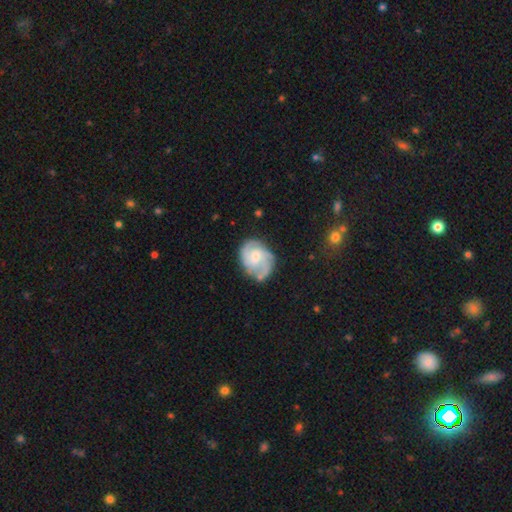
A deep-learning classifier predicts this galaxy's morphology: Smooth or featured?
  - featured or disk: 79% *
  - smooth: 15%
  - star or artifact: 6%
Edge-on disk?
  - no: 98% *
  - yes: 2%
Bar?
  - no: 59% *
  - weak: 36%
  - strong: 5%
Spiral arms?
  - yes: 95% *
  - no: 5%
Spiral winding?
  - medium: 44% *
  - tight: 42%
  - loose: 13%
Spiral arm count?
  - 2: 54% *
  - 3: 22%
  - can't tell: 13%
  - 1: 4%
  - 4: 3%
  - more than 4: 3%
Bulge size?
  - moderate: 46% *
  - small: 43%
  - none: 6%
  - large: 4%
  - dominant: 1%
Merging?
  - none: 66% *
  - minor disturbance: 23%
  - major disturbance: 8%
  - merger: 3%